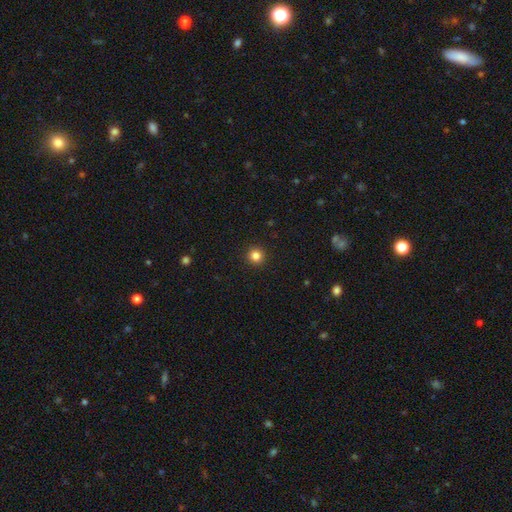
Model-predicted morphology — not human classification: smooth-or-featured: smooth: 83% | star or artifact: 12% | featured or disk: 4%
  how-rounded: round: 95% | in between: 4% | cigar-shaped: 1%
  merging: none: 93% | minor disturbance: 4% | major disturbance: 2% | merger: 1%